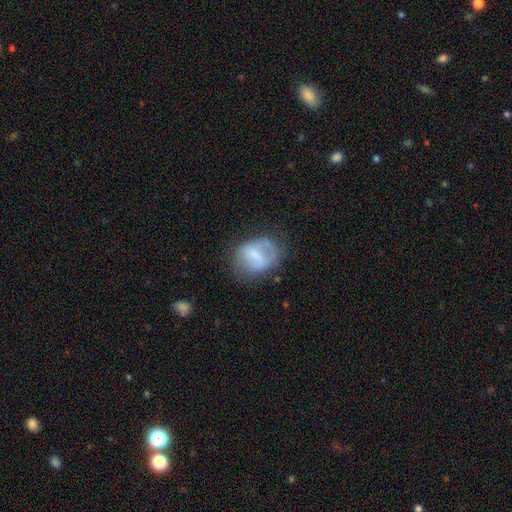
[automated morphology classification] Smooth or featured: smooth — 53% (featured or disk — 39%)
How rounded: in between — 55% (round — 44%)
Merging: none — 50% (minor disturbance — 27%)